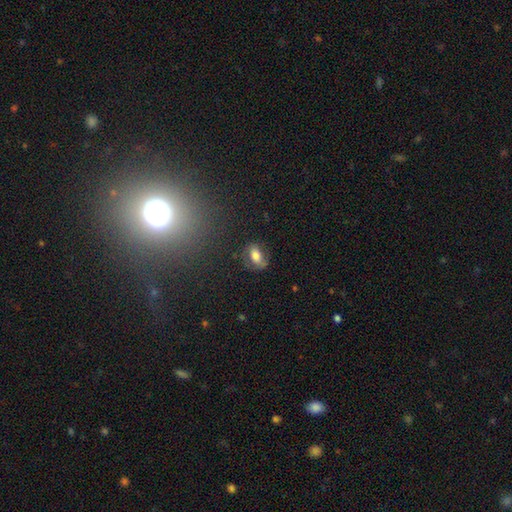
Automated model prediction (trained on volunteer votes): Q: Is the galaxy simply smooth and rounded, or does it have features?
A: smooth — 69%.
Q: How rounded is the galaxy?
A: in between — 85%.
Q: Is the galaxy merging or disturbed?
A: none — 68%.